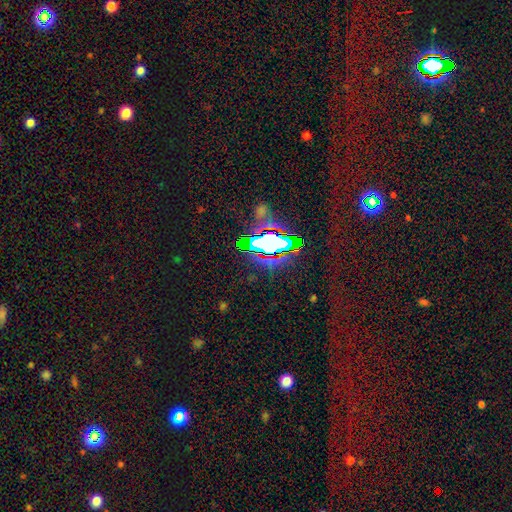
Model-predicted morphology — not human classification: This is clearly a star or artifact rather than a galaxy (80%).